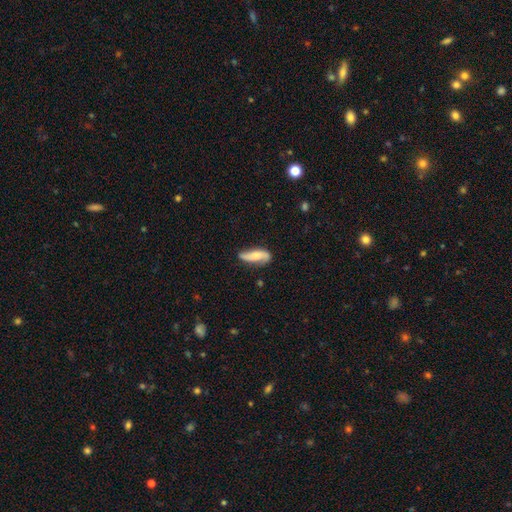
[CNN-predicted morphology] A featured or disk galaxy (49%).

Vote fractions:
- Smooth or featured? featured or disk: 49% / smooth: 44% / star or artifact: 7%
- Merging? none: 68% / minor disturbance: 23% / major disturbance: 6% / merger: 3%